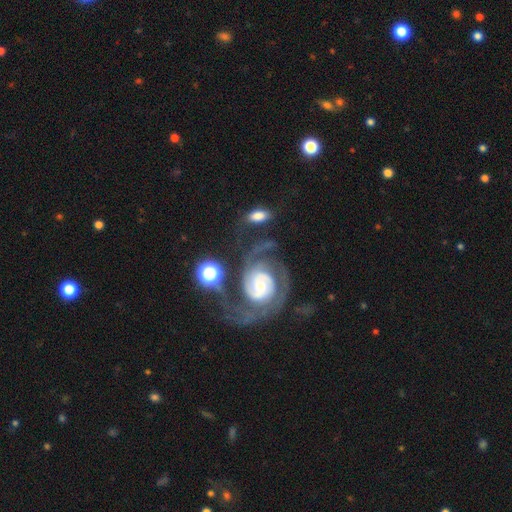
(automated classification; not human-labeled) This appears to be a featured or disk galaxy (88%) with no bar (60%), 2 (67%) tight (56%) spiral arms (97%) and a small central bulge (49%). Merging: none (57%).